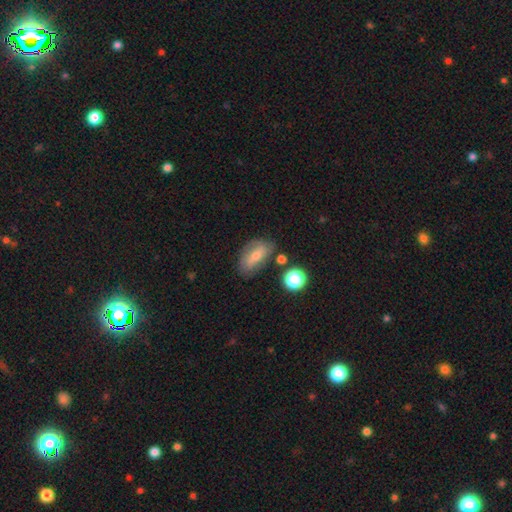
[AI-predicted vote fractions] smooth-or-featured: smooth: 57% | featured or disk: 34% | star or artifact: 10%
  how-rounded: in between: 81% | cigar-shaped: 10% | round: 9%
  merging: none: 63% | minor disturbance: 22% | major disturbance: 8% | merger: 6%